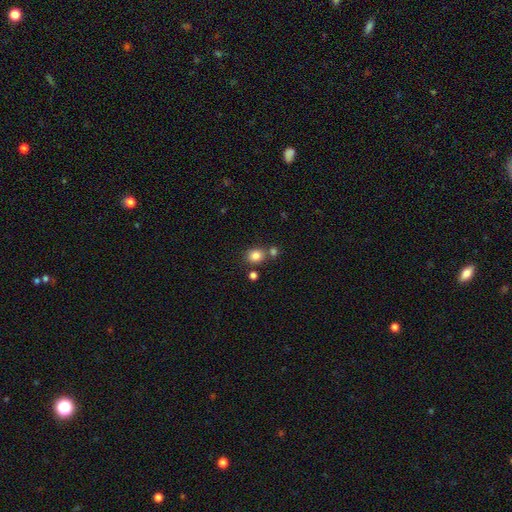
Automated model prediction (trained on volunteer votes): Smooth or featured? Predicted: smooth (p=0.82). How rounded? Predicted: round (p=0.66). Merging? Predicted: none (p=0.68).